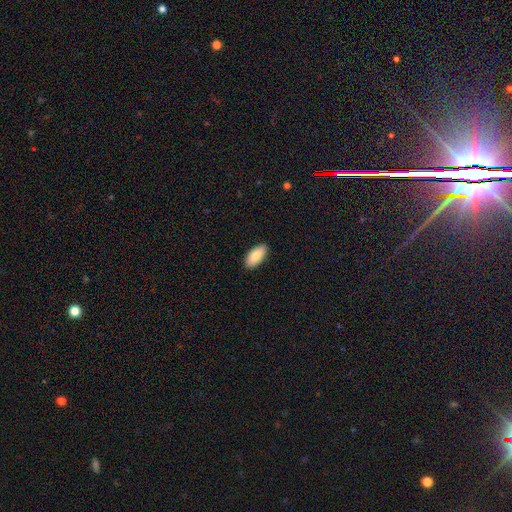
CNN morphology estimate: smooth-or-featured: smooth: 83% | featured or disk: 11% | star or artifact: 6%
  how-rounded: in between: 92% | cigar-shaped: 6% | round: 2%
  merging: none: 90% | minor disturbance: 8% | major disturbance: 2% | merger: 1%